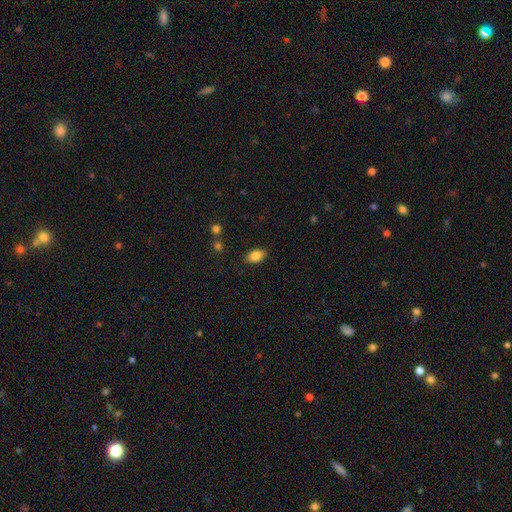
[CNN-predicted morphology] The model was most divided on "merging": none: 85%, minor disturbance: 11%, major disturbance: 3%, merger: 2%. More confident: how rounded — in between (89%); smooth or featured — smooth (83%).